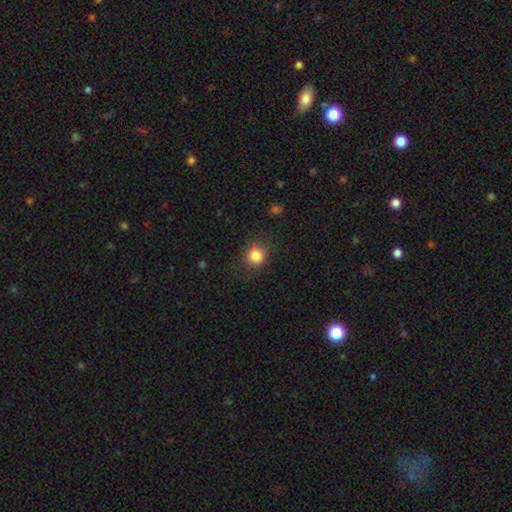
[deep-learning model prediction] smooth 84%, star or artifact 11%, featured or disk 5%. Down the decision tree: how rounded — round (87%); merging — none (84%).